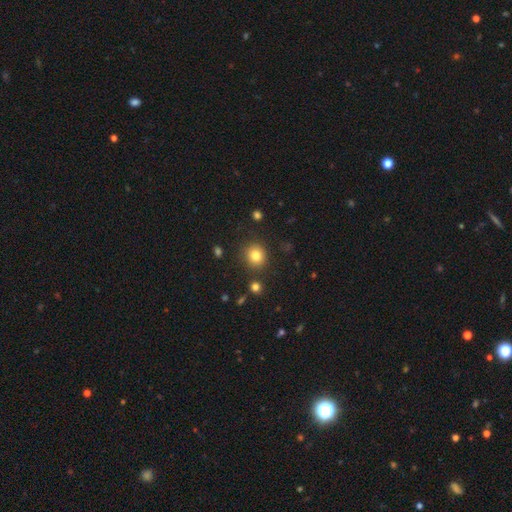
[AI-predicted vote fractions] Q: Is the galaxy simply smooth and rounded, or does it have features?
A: smooth — 82%.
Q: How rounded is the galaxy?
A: round — 86%.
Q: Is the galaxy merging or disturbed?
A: none — 87%.